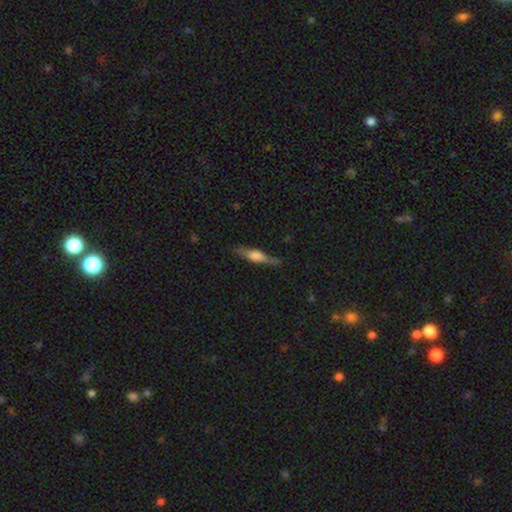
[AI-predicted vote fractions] This appears to be a featured or disk galaxy (49%). Merging: none (77%).